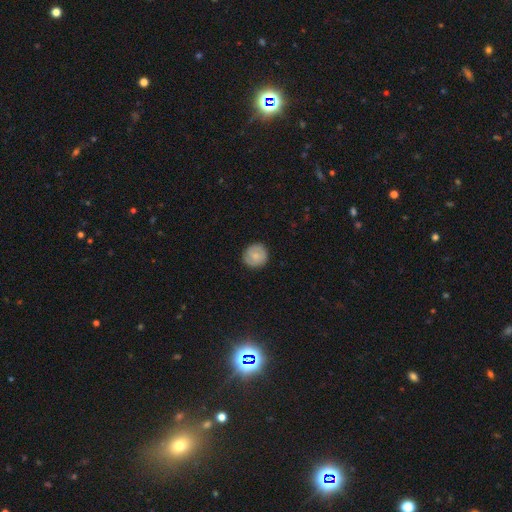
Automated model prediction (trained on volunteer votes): A smooth galaxy with no disk features (75%) that is round (91%). Merging: none (87%).